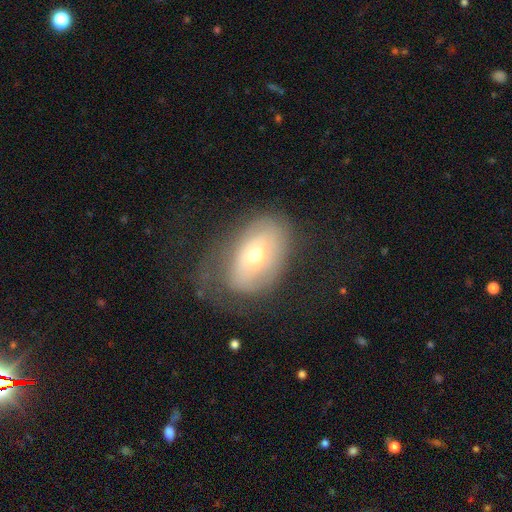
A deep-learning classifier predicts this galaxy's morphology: This appears to be a smooth galaxy with no disk features (50%). Merging: none (46%).